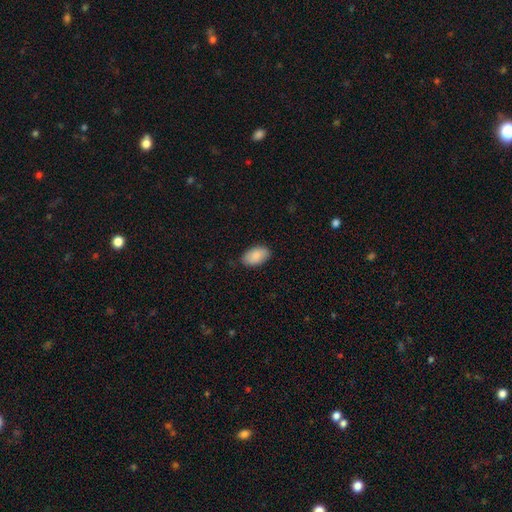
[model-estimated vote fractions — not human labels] Overall: smooth (88%). How rounded: in between (94%). Merging: none (85%).